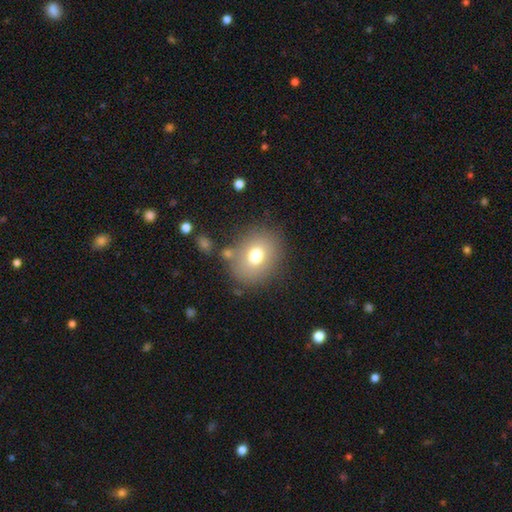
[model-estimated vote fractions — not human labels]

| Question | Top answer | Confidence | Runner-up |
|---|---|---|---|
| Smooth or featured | smooth | 72% | featured or disk (17%) |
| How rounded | round | 55% | in between (44%) |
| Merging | none | 76% | minor disturbance (12%) |